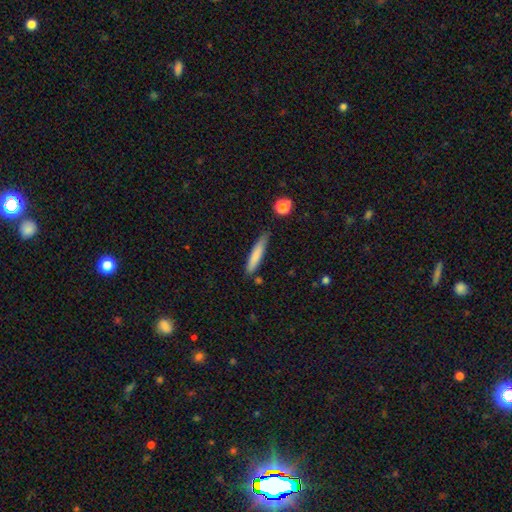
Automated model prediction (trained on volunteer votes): A smooth galaxy with no disk features (78%) that is cigar-shaped (89%). Merging: none (74%).